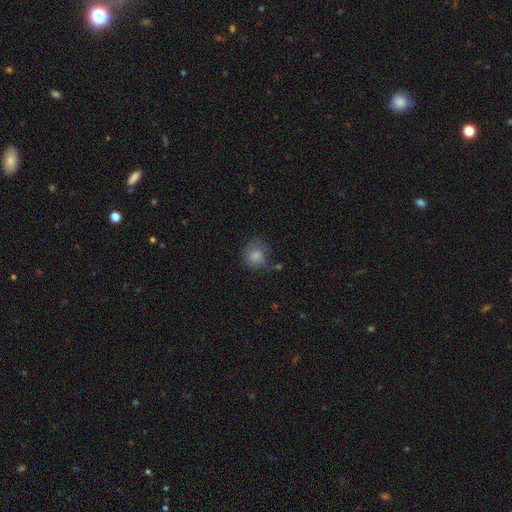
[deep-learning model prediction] Smooth or featured? smooth (77%)
How rounded? round (72%)
Merging? none (53%)